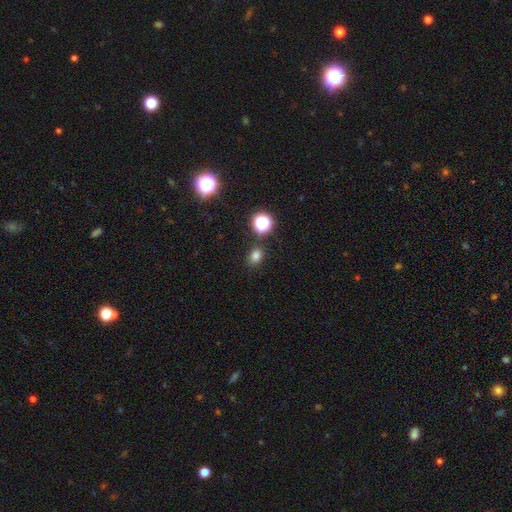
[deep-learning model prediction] Q: Smooth or featured?
A: smooth (75%); runner-up: star or artifact (19%)
Q: How rounded?
A: in between (55%); runner-up: round (43%)
Q: Merging?
A: none (82%); runner-up: minor disturbance (10%)